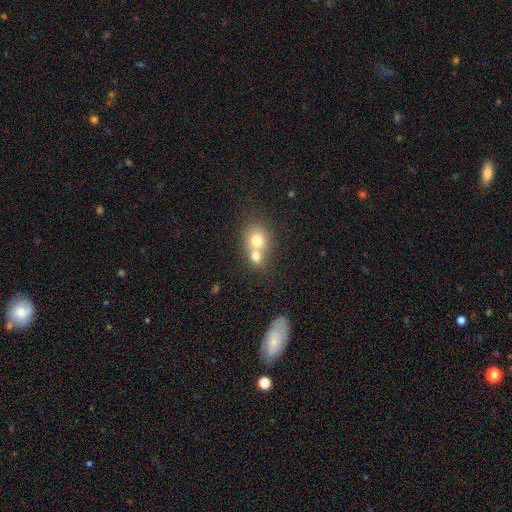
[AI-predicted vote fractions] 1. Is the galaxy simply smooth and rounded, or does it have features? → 73% smooth, 17% featured or disk, 10% star or artifact.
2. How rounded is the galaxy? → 67% round, 31% in between, 1% cigar-shaped.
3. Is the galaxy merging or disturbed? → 67% merger, 25% none, 5% minor disturbance, 3% major disturbance.